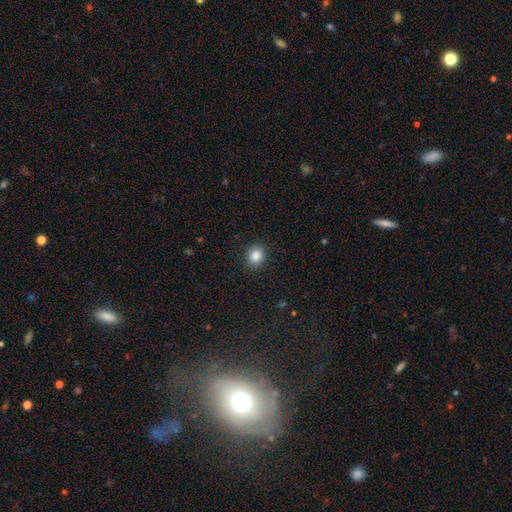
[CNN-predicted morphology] smooth_or_featured: smooth (p=0.86) [alt: star or artifact p=0.10]
how_rounded: round (p=0.69) [alt: in between p=0.30]
merging: none (p=0.90) [alt: minor disturbance p=0.07]